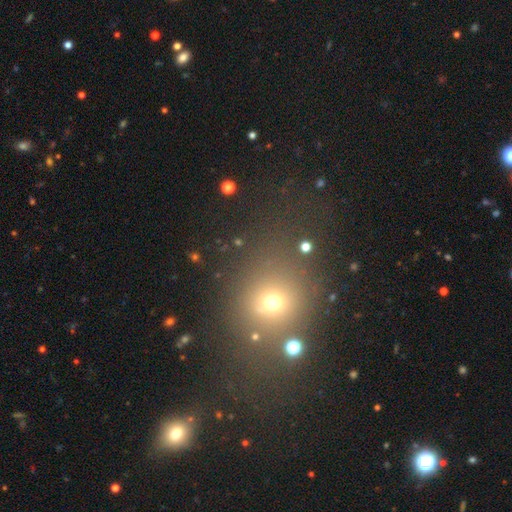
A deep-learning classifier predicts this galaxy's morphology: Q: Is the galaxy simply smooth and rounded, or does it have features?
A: smooth — 50%.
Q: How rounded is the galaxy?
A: round — 61%.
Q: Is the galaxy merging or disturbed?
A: none — 73%.